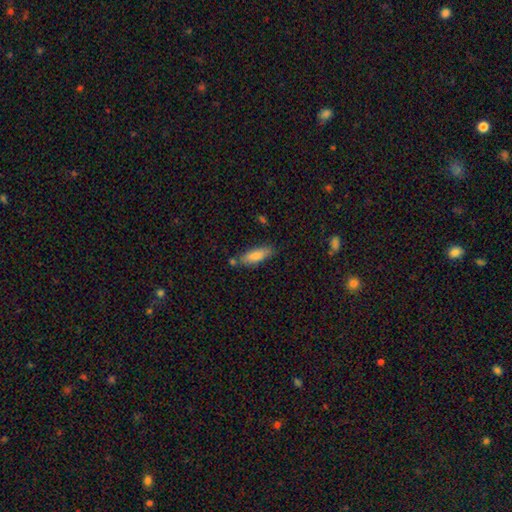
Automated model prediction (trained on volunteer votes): The model was most divided on "how rounded": in between: 53%, cigar-shaped: 45%, round: 2%. More confident: smooth or featured — smooth (81%); merging — none (72%).